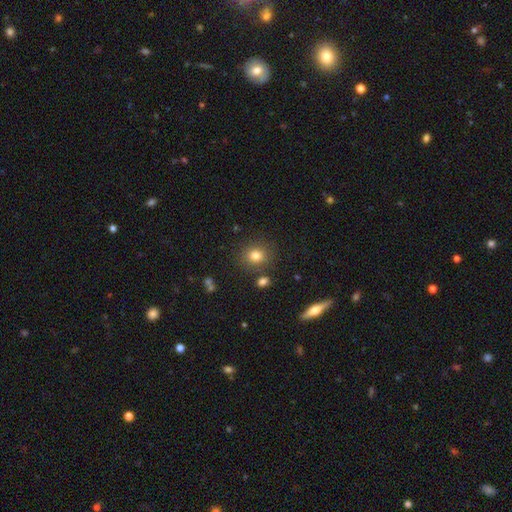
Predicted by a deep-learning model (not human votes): A smooth galaxy with no disk features (79%) that is round (77%). Merging: none (82%).